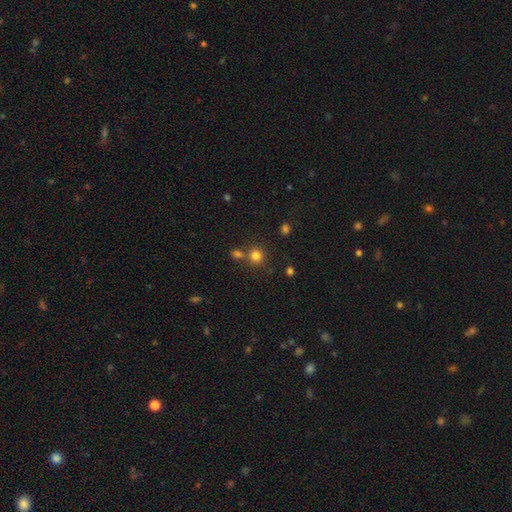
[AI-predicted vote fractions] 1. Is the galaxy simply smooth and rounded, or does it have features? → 79% smooth, 15% star or artifact, 6% featured or disk.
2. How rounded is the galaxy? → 89% round, 10% in between, 1% cigar-shaped.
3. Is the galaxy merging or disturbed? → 66% none, 23% merger, 8% minor disturbance, 3% major disturbance.